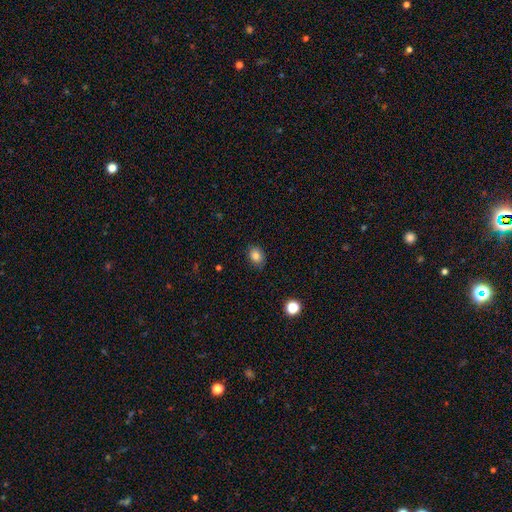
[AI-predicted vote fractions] A smooth galaxy with no disk features (84%) that is in between round and cigar-shaped (53%).

Vote fractions:
- Smooth or featured? smooth: 84% / star or artifact: 11% / featured or disk: 6%
- How rounded? in between: 53% / round: 46% / cigar-shaped: 1%
- Merging? none: 84% / minor disturbance: 12% / major disturbance: 3% / merger: 1%